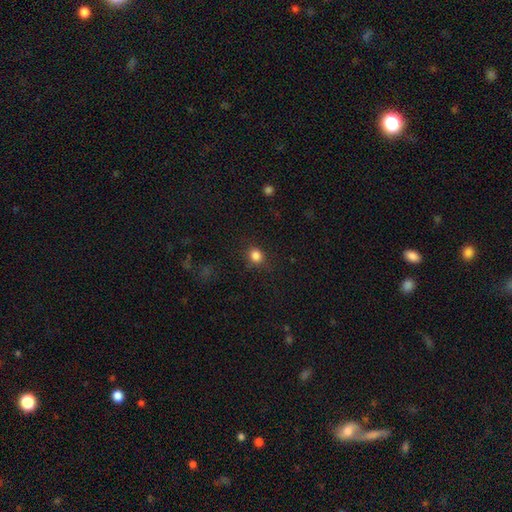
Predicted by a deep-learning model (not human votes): Q: Smooth or featured?
A: smooth (84%); runner-up: star or artifact (12%)
Q: How rounded?
A: round (76%); runner-up: in between (23%)
Q: Merging?
A: none (82%); runner-up: minor disturbance (12%)